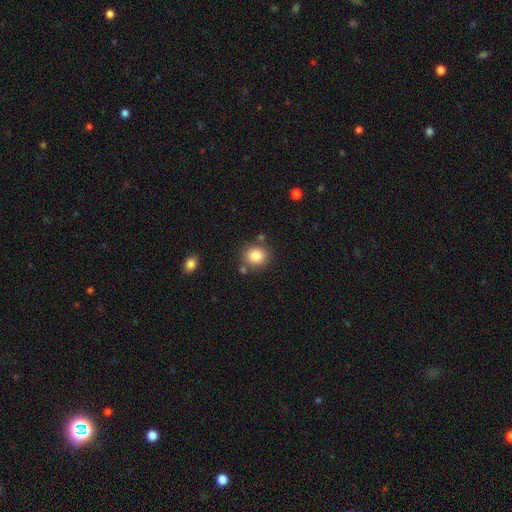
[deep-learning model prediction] The model was most divided on "how rounded": round: 82%, in between: 17%, cigar-shaped: 1%. More confident: smooth or featured — smooth (83%); merging — none (78%).